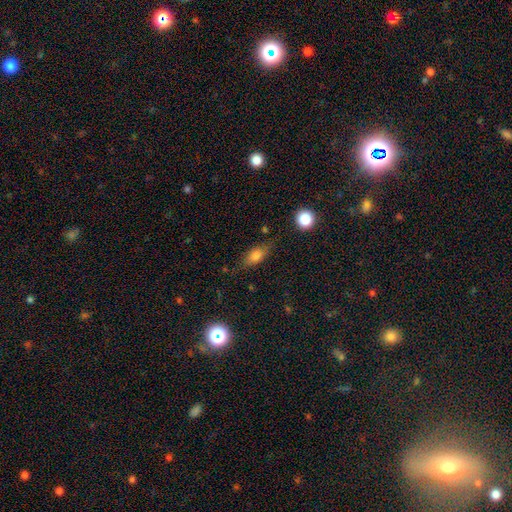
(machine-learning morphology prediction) smooth_or_featured: smooth (p=0.74) [alt: featured or disk p=0.16]
how_rounded: in between (p=0.77) [alt: cigar-shaped p=0.15]
merging: none (p=0.71) [alt: minor disturbance p=0.20]